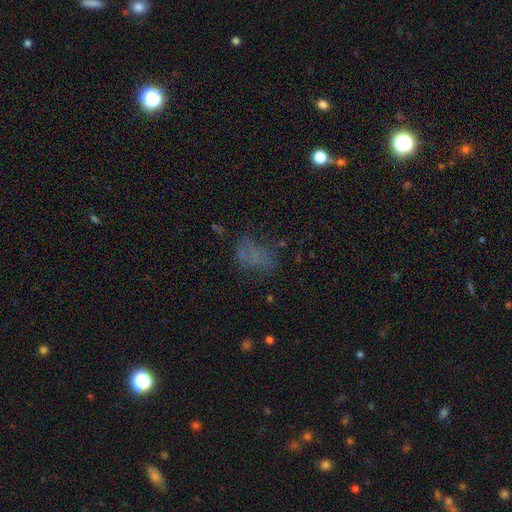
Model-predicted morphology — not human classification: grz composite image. It shows a smooth galaxy with no disk features (48%). Merging: none (50%).